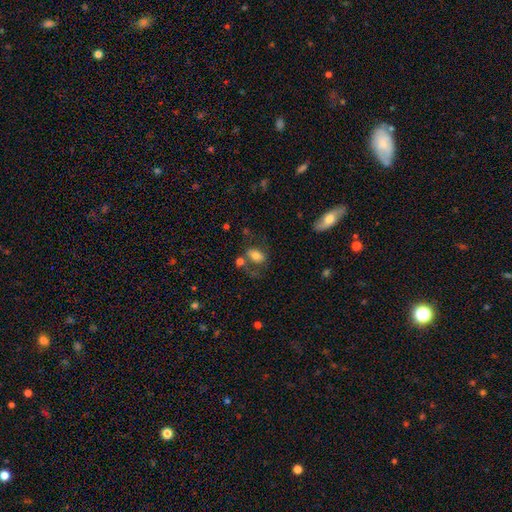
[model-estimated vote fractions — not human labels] Overall: smooth (67%). How rounded: in between (81%). Merging: none (46%; merger 21%).